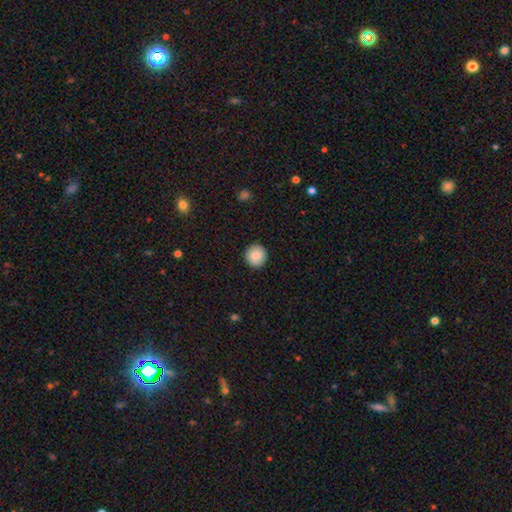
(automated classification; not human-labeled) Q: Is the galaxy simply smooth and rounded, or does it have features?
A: smooth — 88%.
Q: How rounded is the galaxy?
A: round — 94%.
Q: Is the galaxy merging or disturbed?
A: none — 92%.